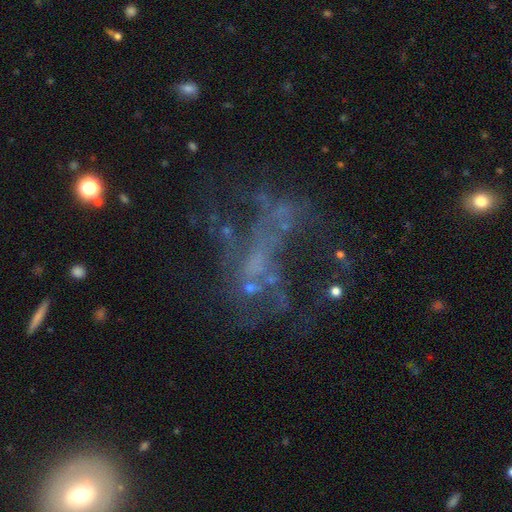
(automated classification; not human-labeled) smooth-or-featured: featured or disk: 58% | star or artifact: 25% | smooth: 17%
  disk-edge-on: no: 96% | yes: 4%
    bar: no: 82% | weak: 13% | strong: 5%
    has-spiral-arms: no: 80% | yes: 20%
    bulge-size: none: 70% | small: 19% | moderate: 8% | large: 2% | dominant: 1%
  merging: major disturbance: 38% | none: 36% | minor disturbance: 14% | merger: 12%